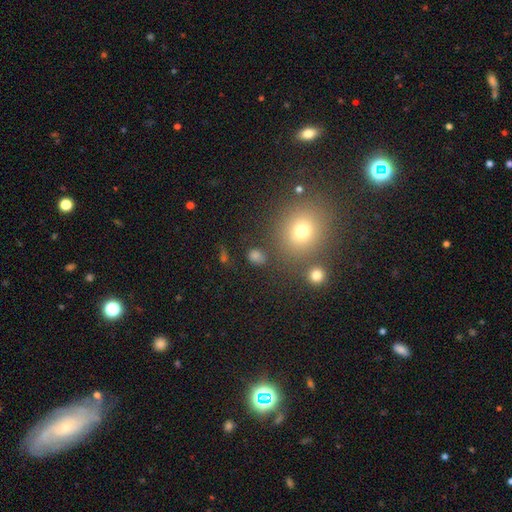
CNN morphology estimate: The model was most divided on "how rounded": round: 61%, in between: 36%, cigar-shaped: 2%. More confident: merging — none (78%); smooth or featured — smooth (68%).